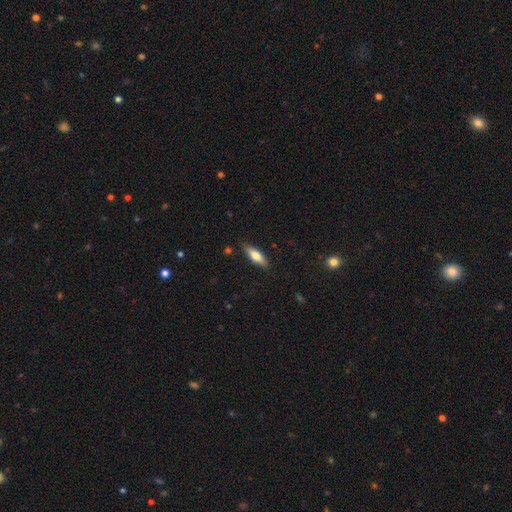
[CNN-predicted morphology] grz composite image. It shows a smooth galaxy with no disk features (65%) that is cigar-shaped (50%). Merging: none (84%).